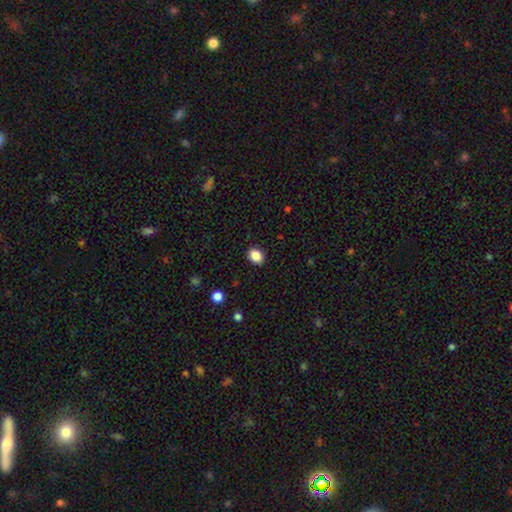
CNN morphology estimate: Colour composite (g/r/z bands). It shows a smooth galaxy with no disk features (87%) that is in between round and cigar-shaped (57%). Merging: none (89%).